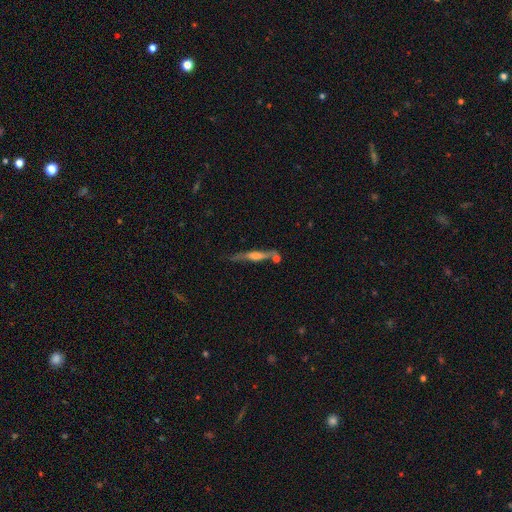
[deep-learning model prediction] A featured or disk galaxy (71%) viewed edge-on (95%) with a rounded central bulge (63%). Merging: none (71%).